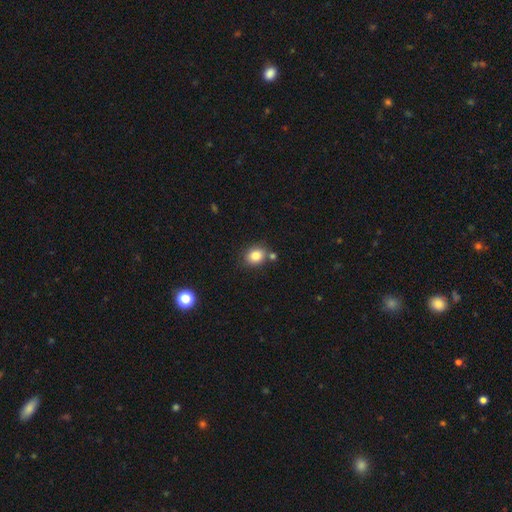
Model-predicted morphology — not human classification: This appears to be a smooth galaxy with no disk features (84%) that is round (59%). Merging: none (72%).